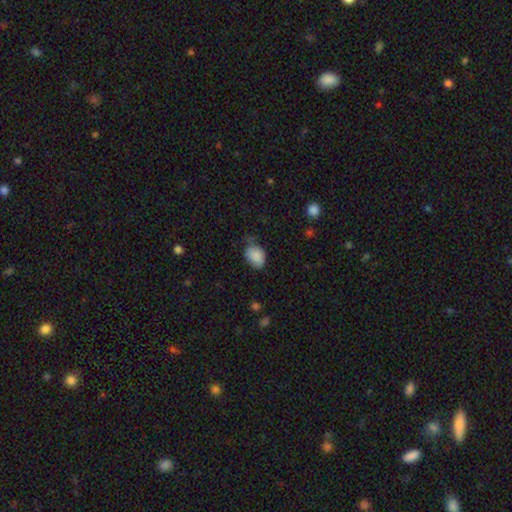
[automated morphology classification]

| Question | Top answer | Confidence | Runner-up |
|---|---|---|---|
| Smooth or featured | smooth | 85% | star or artifact (8%) |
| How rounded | in between | 66% | round (33%) |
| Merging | none | 53% | minor disturbance (35%) |